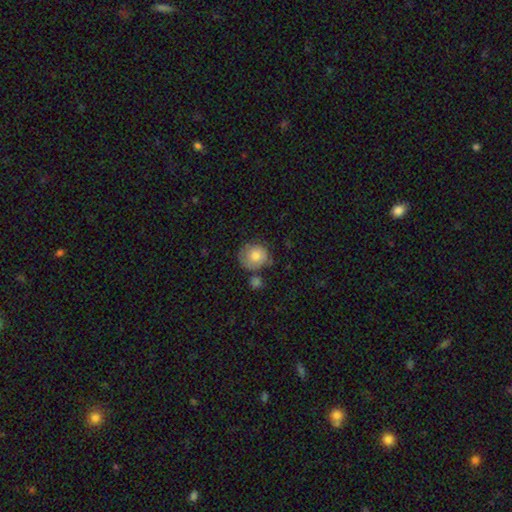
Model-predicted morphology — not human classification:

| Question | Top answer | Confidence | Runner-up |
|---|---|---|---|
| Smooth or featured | smooth | 78% | featured or disk (15%) |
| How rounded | round | 81% | in between (19%) |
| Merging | none | 56% | minor disturbance (25%) |